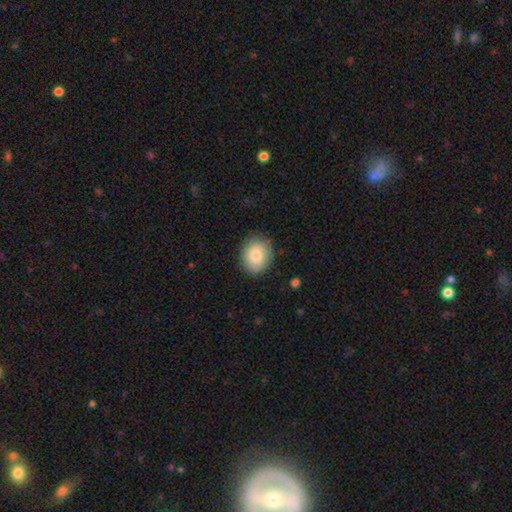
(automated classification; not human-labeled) This is clearly a smooth galaxy (82%). How rounded: possibly round (58%). Merging: clearly none (83%).